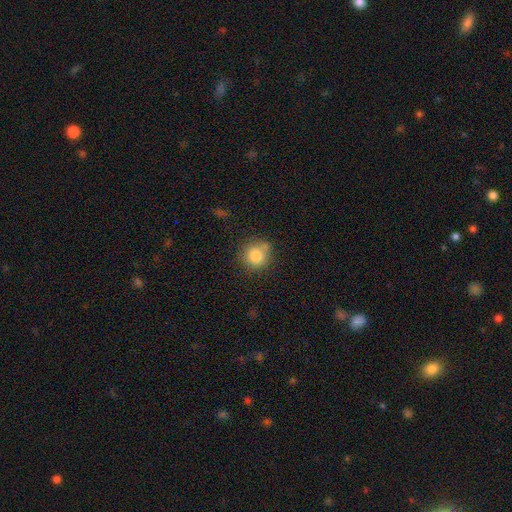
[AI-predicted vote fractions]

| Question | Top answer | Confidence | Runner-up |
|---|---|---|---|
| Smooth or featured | smooth | 85% | star or artifact (10%) |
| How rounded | round | 90% | in between (9%) |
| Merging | none | 69% | minor disturbance (19%) |